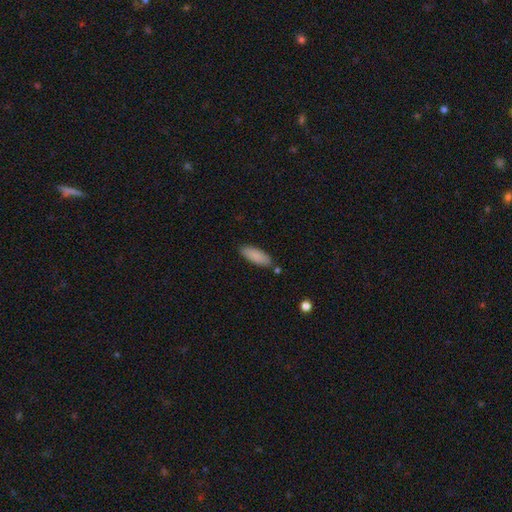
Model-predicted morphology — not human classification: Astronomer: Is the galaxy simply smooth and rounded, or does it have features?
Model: smooth — 88%.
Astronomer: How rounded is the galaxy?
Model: in between — 69%.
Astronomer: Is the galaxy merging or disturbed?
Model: none — 81%.